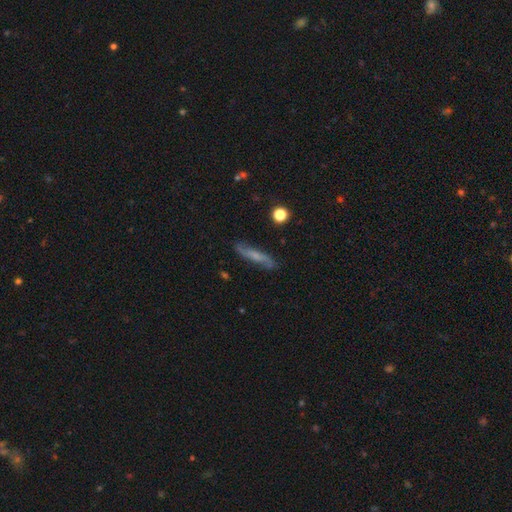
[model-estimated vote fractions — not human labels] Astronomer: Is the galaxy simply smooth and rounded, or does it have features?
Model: featured or disk — 55% (runner-up: smooth, 36%).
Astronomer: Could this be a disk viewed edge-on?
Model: no — 53% (runner-up: yes, 47%).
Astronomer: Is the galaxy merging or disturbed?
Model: none — 80%.